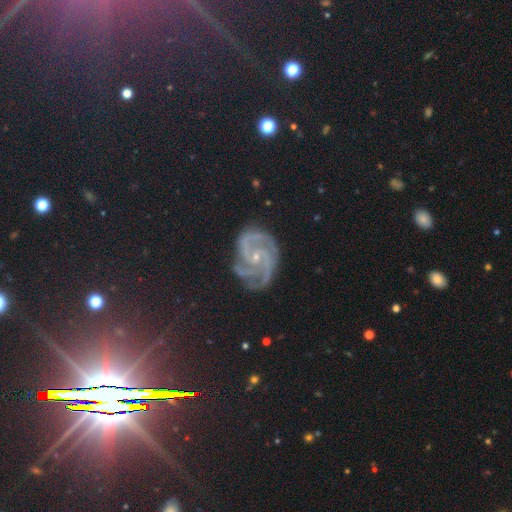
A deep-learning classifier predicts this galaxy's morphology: smooth-or-featured: featured or disk: 75% | star or artifact: 17% | smooth: 8%
  disk-edge-on: no: 98% | yes: 2%
    bar: no: 64% | weak: 26% | strong: 11%
    has-spiral-arms: yes: 98% | no: 2%
      spiral-winding: tight: 50% | medium: 40% | loose: 10%
      spiral-arm-count: 3: 31% | 2: 27% | can't tell: 12% | 4: 11% | more than 4: 10% | 1: 10%
    bulge-size: small: 83% | moderate: 13% | none: 1% | large: 1% | dominant: 1%
  merging: none: 73% | minor disturbance: 18% | major disturbance: 6% | merger: 2%